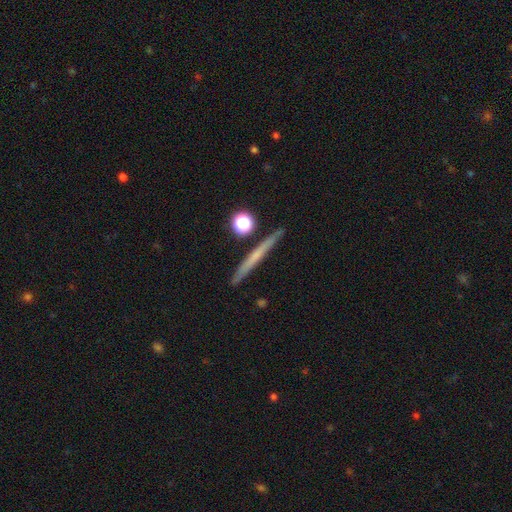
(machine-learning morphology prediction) Smooth or featured? featured or disk (48%)
Merging? none (88%)